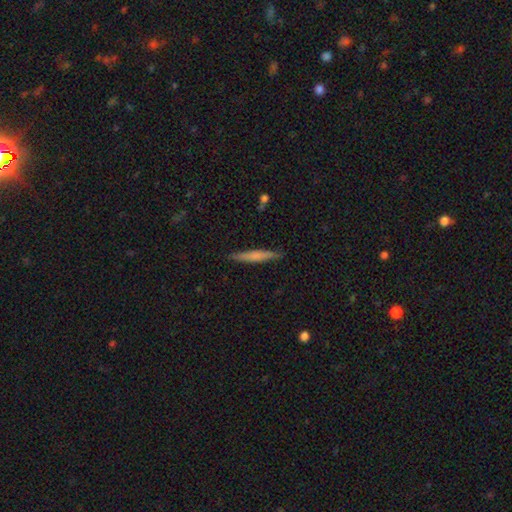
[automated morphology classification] Smooth or featured? smooth (60%)
How rounded? cigar-shaped (94%)
Merging? none (89%)